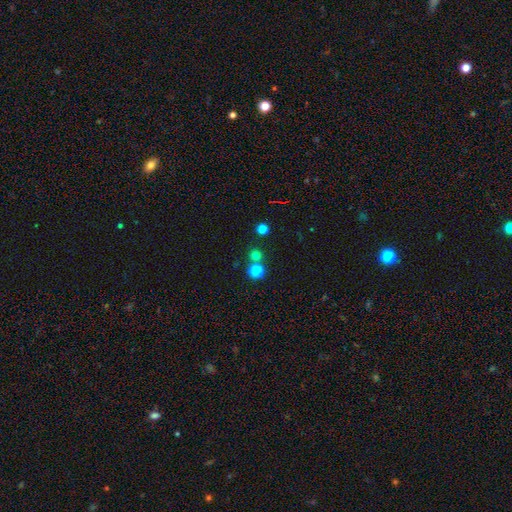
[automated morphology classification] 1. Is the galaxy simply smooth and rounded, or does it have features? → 73% smooth, 21% star or artifact, 6% featured or disk.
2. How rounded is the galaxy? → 91% round, 8% in between, 1% cigar-shaped.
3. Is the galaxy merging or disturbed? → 69% none, 22% merger, 6% minor disturbance, 3% major disturbance.